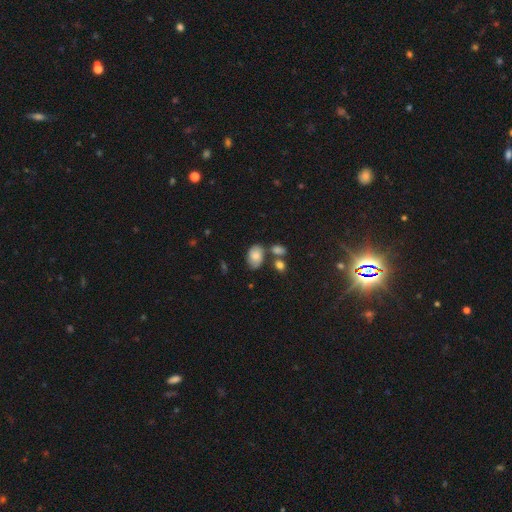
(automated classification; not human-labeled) Smooth or featured? smooth (73%)
How rounded? in between (84%)
Merging? none (54%)